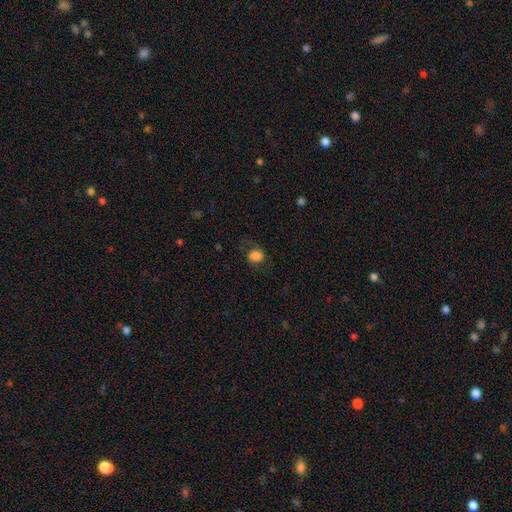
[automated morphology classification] smooth-or-featured: smooth: 81% | star or artifact: 11% | featured or disk: 8%
  how-rounded: in between: 56% | round: 43% | cigar-shaped: 1%
  merging: none: 63% | minor disturbance: 22% | major disturbance: 13% | merger: 2%